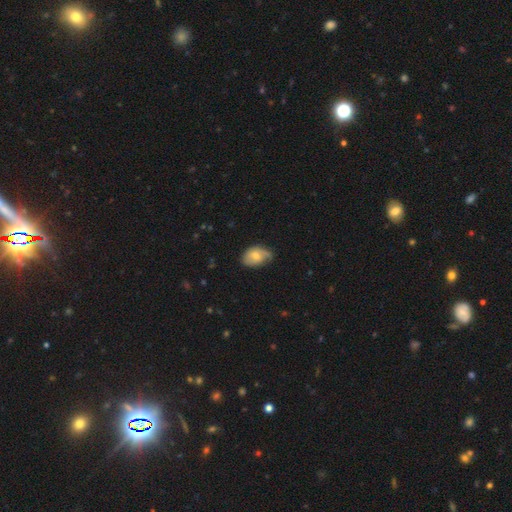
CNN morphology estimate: Smooth or featured?
  - smooth: 56% *
  - featured or disk: 37%
  - star or artifact: 7%
How rounded?
  - in between: 83% *
  - round: 15%
  - cigar-shaped: 1%
Merging?
  - none: 50% *
  - minor disturbance: 37%
  - major disturbance: 11%
  - merger: 2%